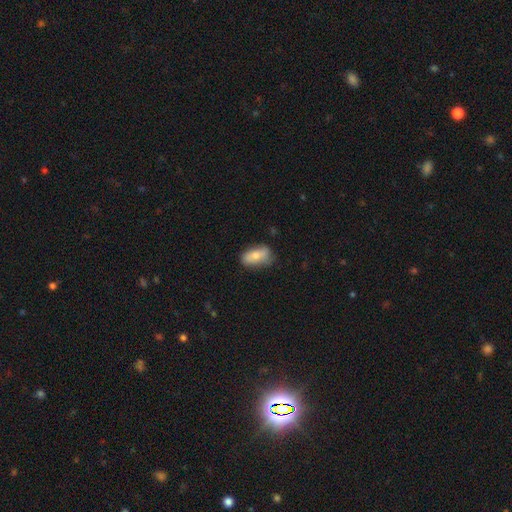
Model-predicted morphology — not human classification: A smooth galaxy with no disk features (71%) that is in between round and cigar-shaped (88%). Merging: none (64%).